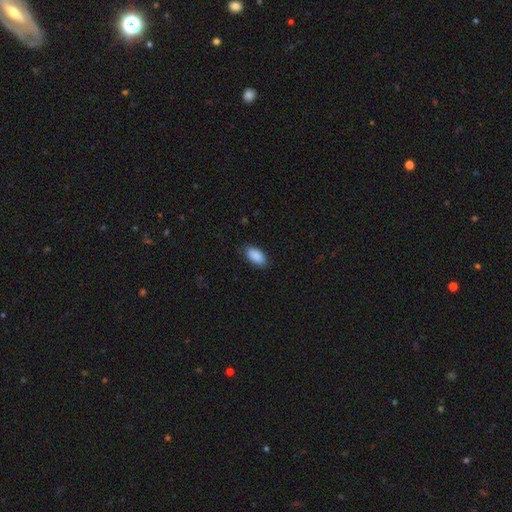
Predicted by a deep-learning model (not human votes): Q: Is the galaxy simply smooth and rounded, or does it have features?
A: smooth — 90%.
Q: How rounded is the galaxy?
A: in between — 94%.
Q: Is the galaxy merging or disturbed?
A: none — 84%.